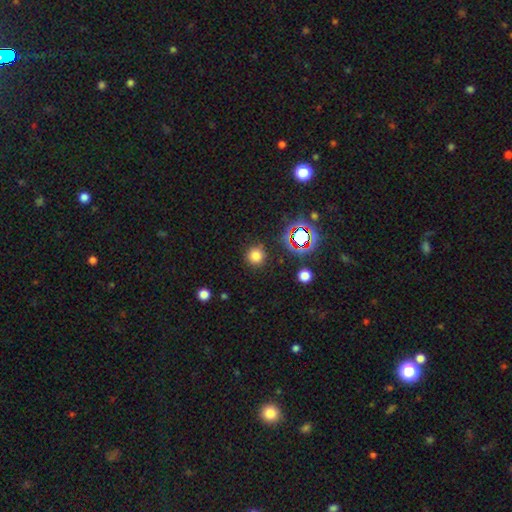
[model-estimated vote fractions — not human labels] A smooth galaxy with no disk features (76%) that is round (94%). Merging: none (87%).